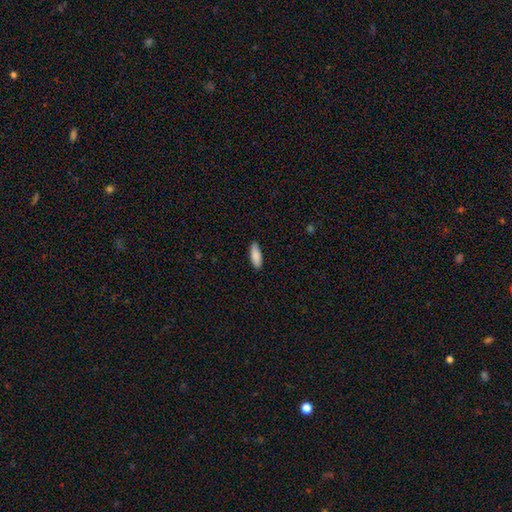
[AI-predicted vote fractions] The model was most divided on "how rounded": in between: 64%, cigar-shaped: 35%, round: 2%. More confident: smooth or featured — smooth (89%); merging — none (87%).